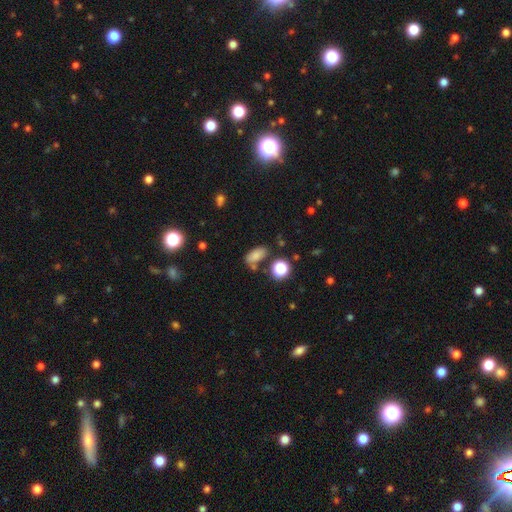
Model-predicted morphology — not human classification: type=smooth (76%); roundness=in between (85%); merging=none (63%).